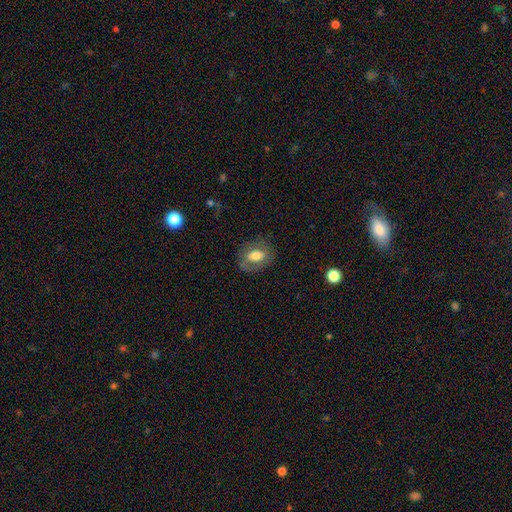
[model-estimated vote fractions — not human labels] smooth_or_featured: smooth (p=0.56) [alt: featured or disk p=0.36]
how_rounded: in between (p=0.75) [alt: round p=0.22]
merging: none (p=0.74) [alt: minor disturbance p=0.17]